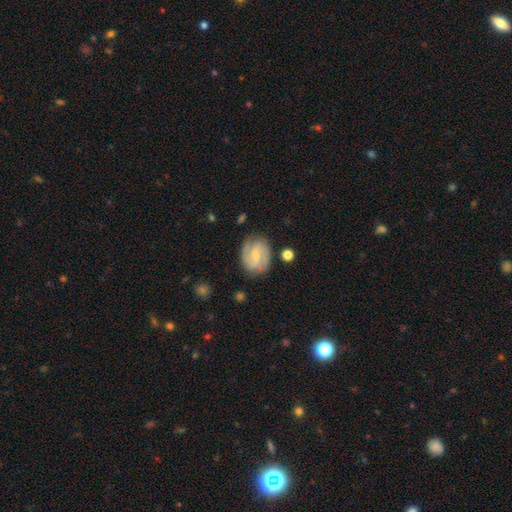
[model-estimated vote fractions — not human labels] featured or disk 71%, smooth 23%, star or artifact 6%. Down the decision tree: edge-on disk — no (97%); bar — weak (53%); spiral arms — yes (91%); spiral arm count — 2 (78%); spiral winding — medium (47%); bulge size — small (62%); merging — none (74%).